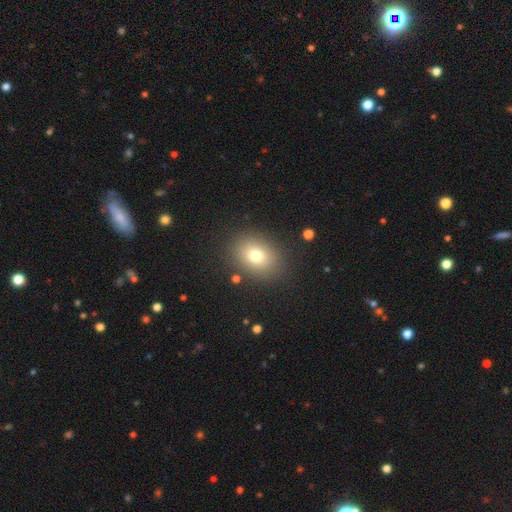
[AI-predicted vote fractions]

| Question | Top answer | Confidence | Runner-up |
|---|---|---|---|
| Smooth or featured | smooth | 75% | star or artifact (13%) |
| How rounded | in between | 56% | round (43%) |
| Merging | none | 85% | minor disturbance (9%) |